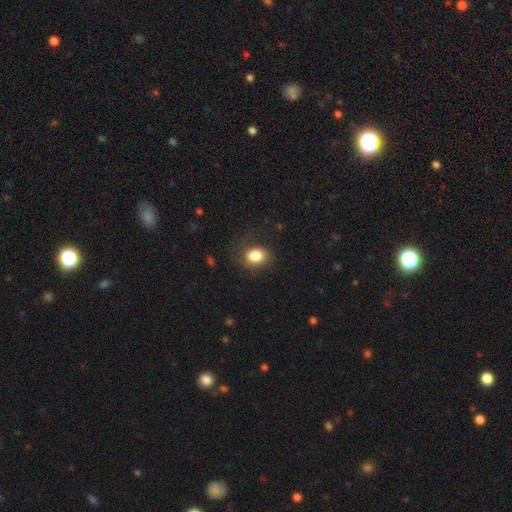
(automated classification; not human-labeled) smooth-or-featured: smooth: 83% | star or artifact: 9% | featured or disk: 7%
  how-rounded: in between: 62% | round: 37% | cigar-shaped: 1%
  merging: none: 71% | minor disturbance: 19% | major disturbance: 9% | merger: 1%